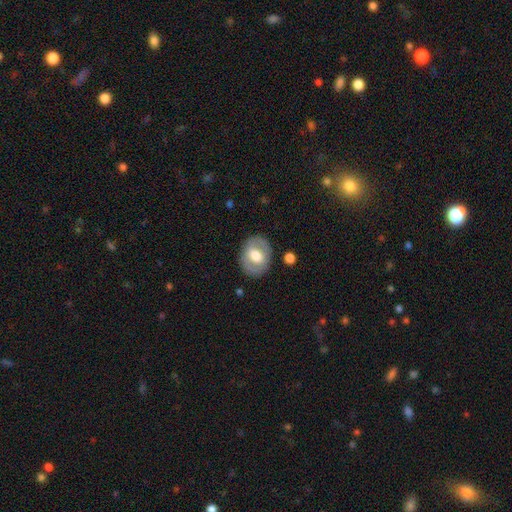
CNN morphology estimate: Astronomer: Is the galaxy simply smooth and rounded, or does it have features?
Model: smooth — 49% (runner-up: featured or disk, 45%).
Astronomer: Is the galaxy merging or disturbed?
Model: none — 83%.